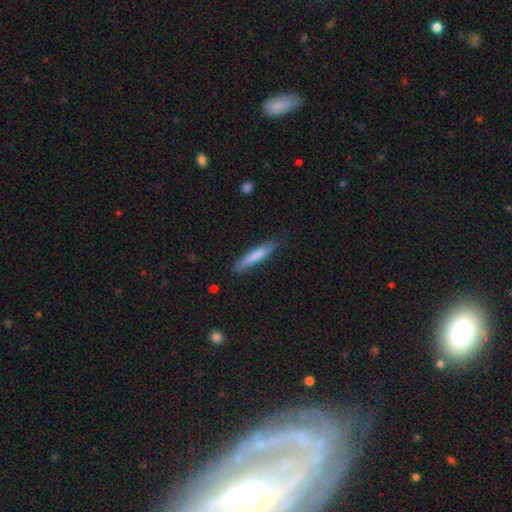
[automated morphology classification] Smooth or featured? smooth (74%)
How rounded? cigar-shaped (90%)
Merging? none (80%)